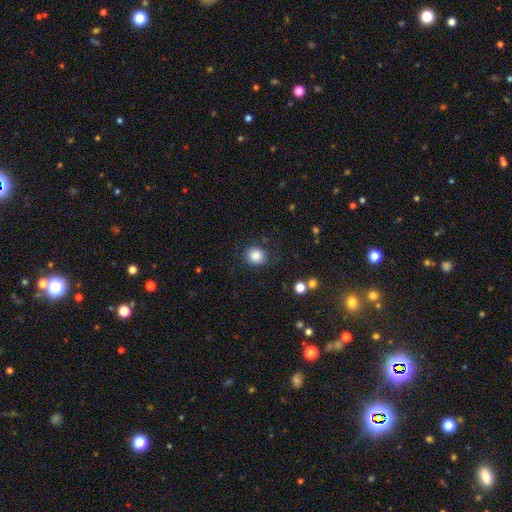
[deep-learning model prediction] Smooth or featured: smooth — 86% (star or artifact — 10%)
How rounded: round — 77% (in between — 22%)
Merging: none — 82% (minor disturbance — 12%)